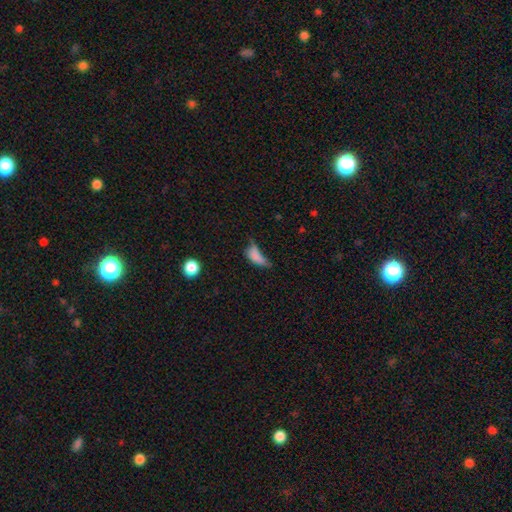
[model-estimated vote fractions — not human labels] Smooth or featured: smooth — 70% (featured or disk — 17%)
How rounded: in between — 74% (cigar-shaped — 19%)
Merging: major disturbance — 38% (minor disturbance — 29%)